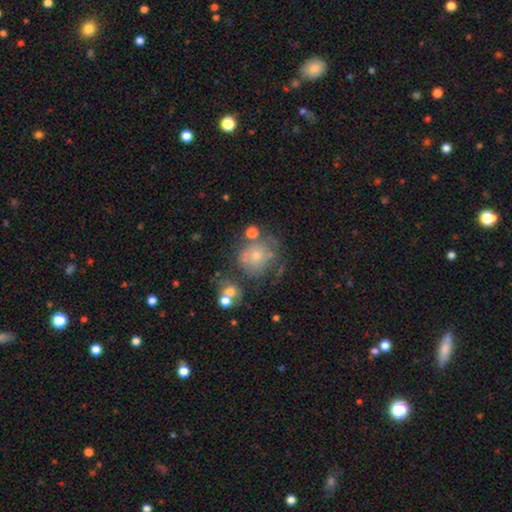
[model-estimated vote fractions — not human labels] smooth 60%, featured or disk 28%, star or artifact 12%. Down the decision tree: how rounded — round (83%); merging — none (48%).